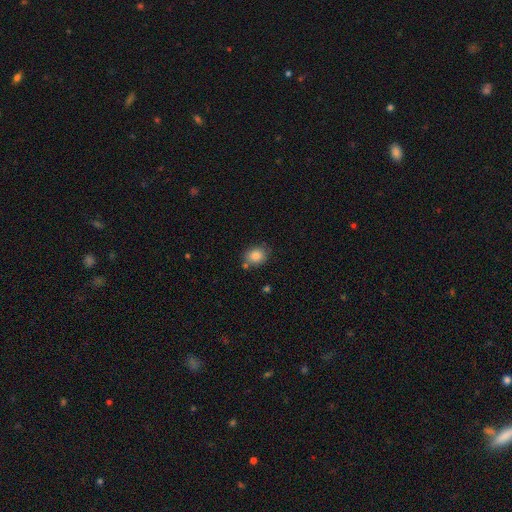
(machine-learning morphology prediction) Smooth or featured?
  - smooth: 86% *
  - star or artifact: 9%
  - featured or disk: 5%
How rounded?
  - round: 56% *
  - in between: 43%
  - cigar-shaped: 1%
Merging?
  - none: 75% *
  - minor disturbance: 15%
  - merger: 7%
  - major disturbance: 4%